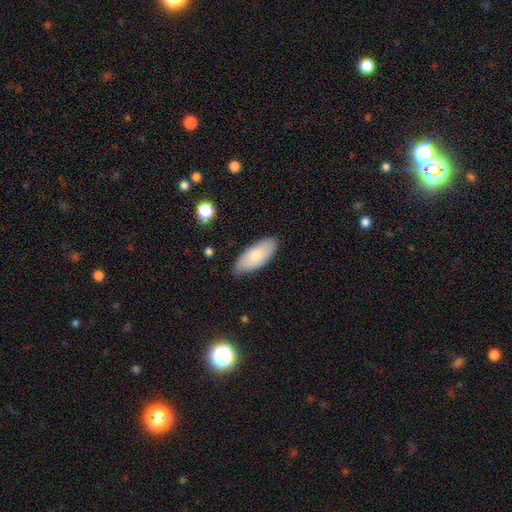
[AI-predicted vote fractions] A smooth galaxy with no disk features (76%) that is in between round and cigar-shaped (88%).

Vote fractions:
- Smooth or featured? smooth: 76% / featured or disk: 18% / star or artifact: 6%
- How rounded? in between: 88% / cigar-shaped: 10% / round: 2%
- Merging? none: 79% / minor disturbance: 17% / major disturbance: 3% / merger: 1%